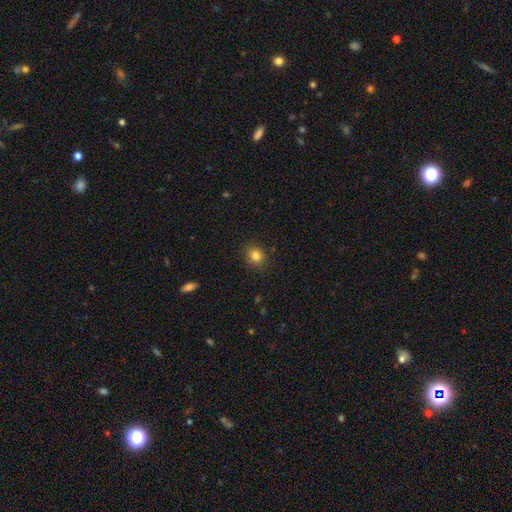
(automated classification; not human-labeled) Smooth or featured? smooth (82%)
How rounded? round (71%)
Merging? none (88%)